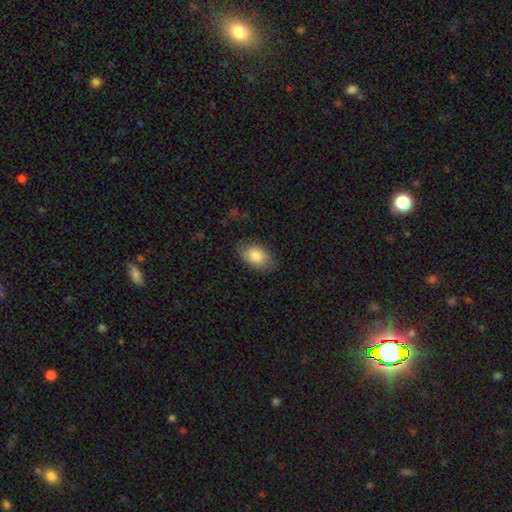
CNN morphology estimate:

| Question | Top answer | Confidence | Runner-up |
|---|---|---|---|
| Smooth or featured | smooth | 82% | featured or disk (11%) |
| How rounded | in between | 89% | round (10%) |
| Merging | none | 76% | minor disturbance (19%) |